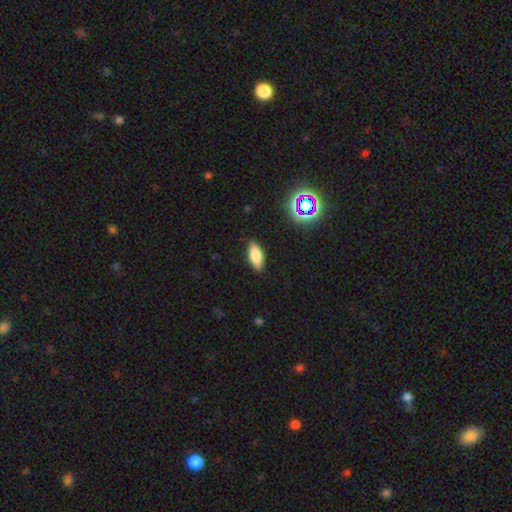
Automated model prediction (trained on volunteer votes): Morphology: type=smooth (78%); roundness=in between (84%); merging=none (87%).